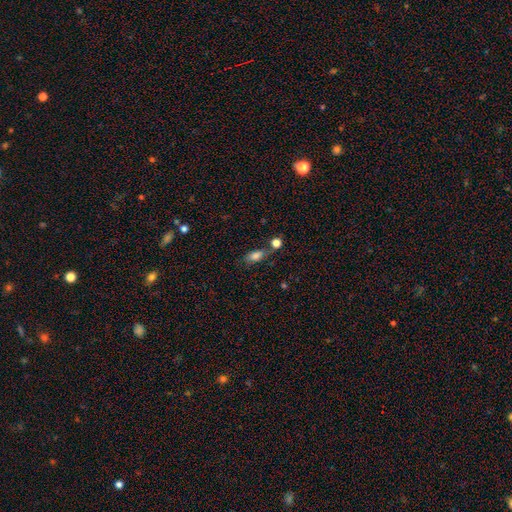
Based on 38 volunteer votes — This is clearly a smooth galaxy (84%). How rounded: clearly in between (88%). Merging: possibly none (51%).